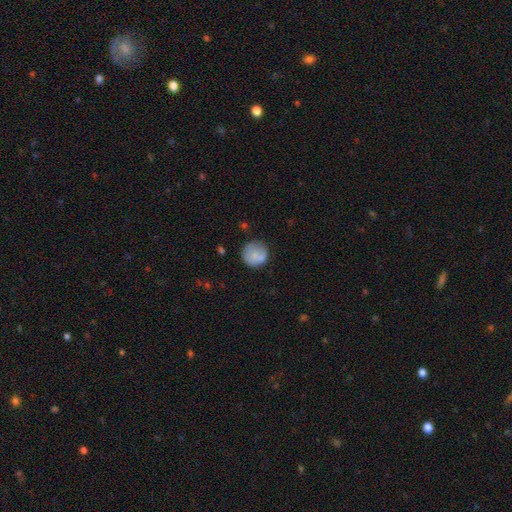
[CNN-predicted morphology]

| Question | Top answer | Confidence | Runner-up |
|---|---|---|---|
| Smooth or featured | smooth | 78% | featured or disk (14%) |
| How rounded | round | 92% | in between (7%) |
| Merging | none | 68% | minor disturbance (20%) |